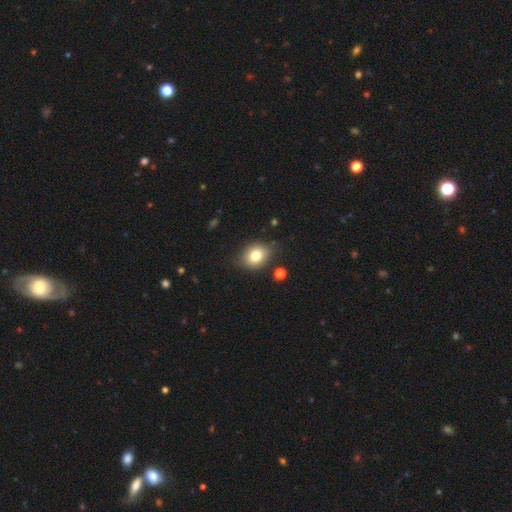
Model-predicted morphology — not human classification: smooth-or-featured: smooth: 79% | featured or disk: 11% | star or artifact: 10%
  how-rounded: in between: 56% | round: 43% | cigar-shaped: 1%
  merging: none: 78% | minor disturbance: 16% | major disturbance: 4% | merger: 3%